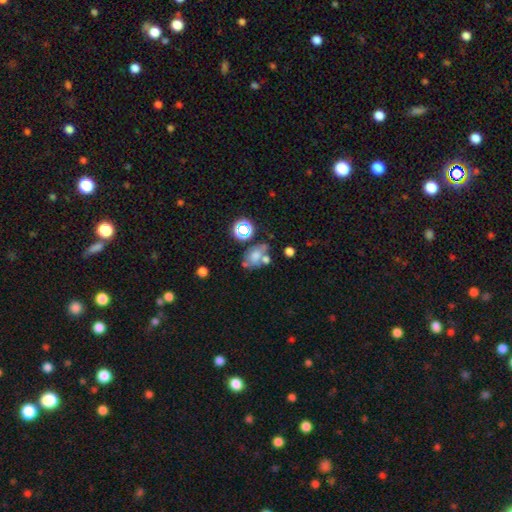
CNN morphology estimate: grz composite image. It shows a smooth galaxy with no disk features (39%). Merging: none (47%).